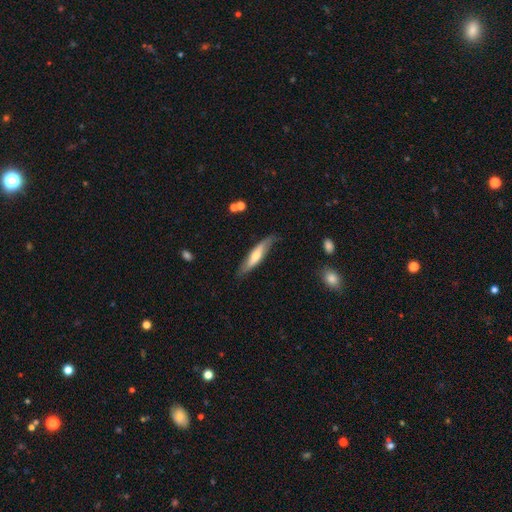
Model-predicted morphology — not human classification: This is possibly a featured or disk galaxy (51%). It is likely viewed edge-on (69%). Merging: likely none (72%).